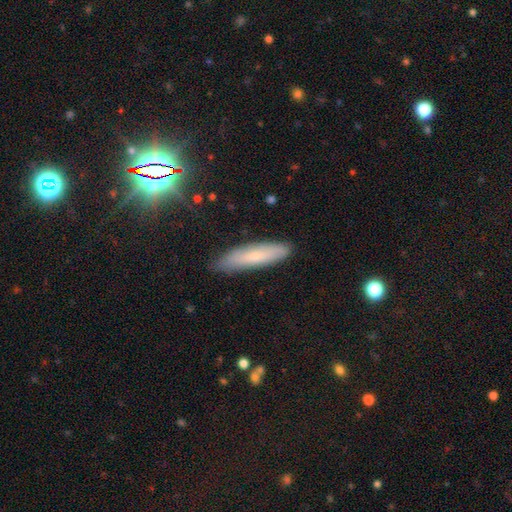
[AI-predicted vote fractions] This is likely a smooth galaxy (68%). How rounded: likely cigar-shaped (76%). Merging: clearly none (86%).